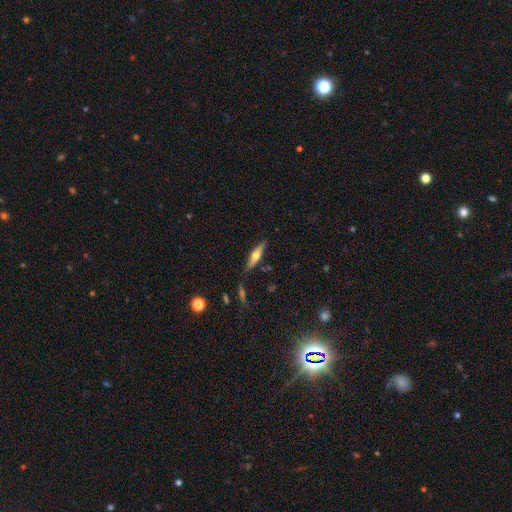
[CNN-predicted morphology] Smooth or featured? Predicted: featured or disk (p=0.58). Edge-on disk? Predicted: yes (p=0.94). Edge-on bulge? Predicted: rounded (p=0.92). Merging? Predicted: none (p=0.82).